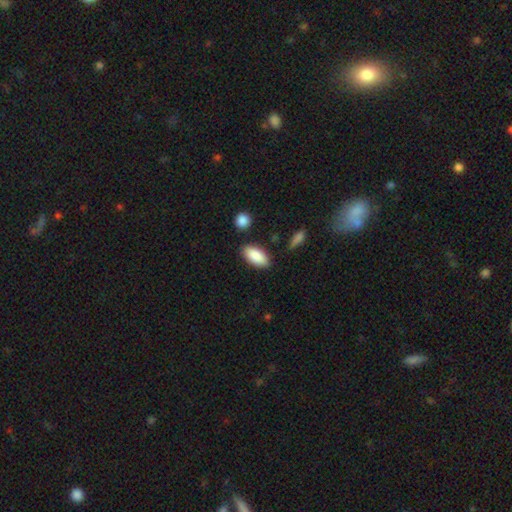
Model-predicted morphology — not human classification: Smooth or featured: smooth — 88% (featured or disk — 6%)
How rounded: in between — 90% (cigar-shaped — 7%)
Merging: none — 83% (minor disturbance — 11%)